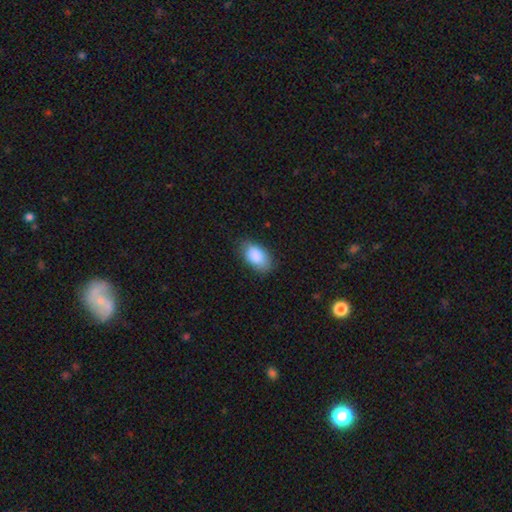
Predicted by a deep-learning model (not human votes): smooth-or-featured: smooth: 89% | star or artifact: 6% | featured or disk: 5%
  how-rounded: in between: 94% | round: 5% | cigar-shaped: 2%
  merging: none: 78% | minor disturbance: 17% | major disturbance: 4% | merger: 1%